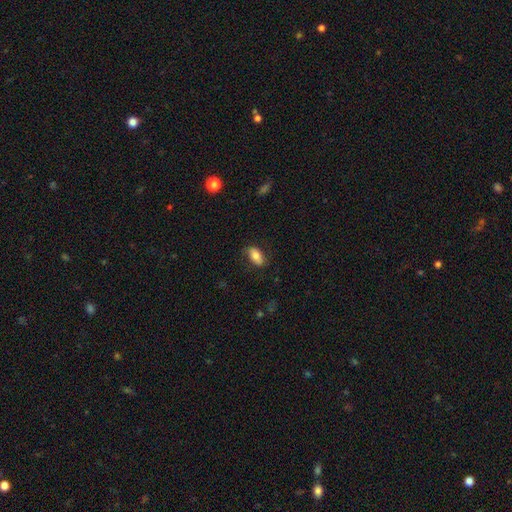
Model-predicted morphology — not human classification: A smooth galaxy with no disk features (77%) that is in between round and cigar-shaped (90%).

Vote fractions:
- Smooth or featured? smooth: 77% / featured or disk: 16% / star or artifact: 7%
- How rounded? in between: 90% / cigar-shaped: 6% / round: 4%
- Merging? none: 77% / minor disturbance: 17% / major disturbance: 5% / merger: 1%